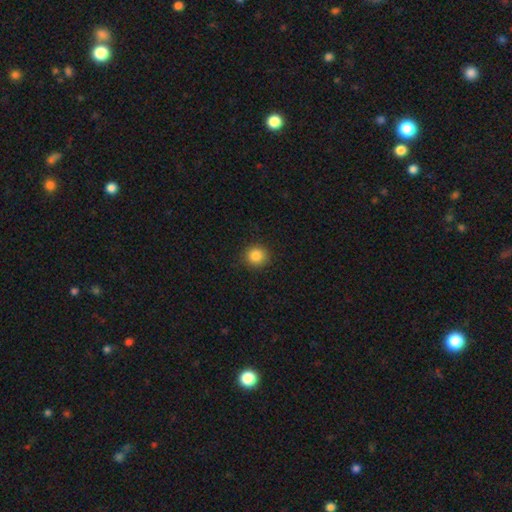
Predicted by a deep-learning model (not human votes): Q: Smooth or featured?
A: smooth (85%); runner-up: star or artifact (10%)
Q: How rounded?
A: round (91%); runner-up: in between (8%)
Q: Merging?
A: none (91%); runner-up: minor disturbance (6%)